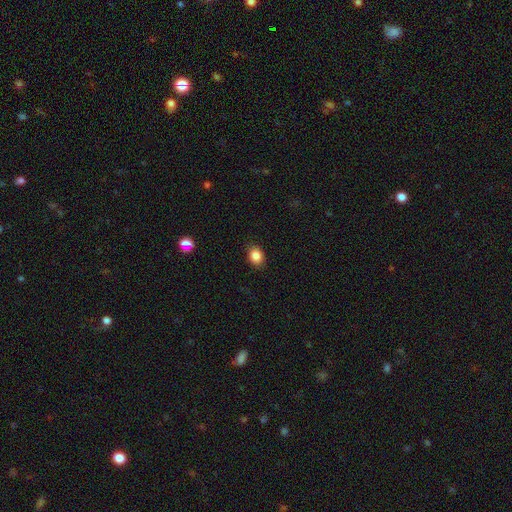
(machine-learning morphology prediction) type=smooth (85%); roundness=in between (52%); merging=none (88%).